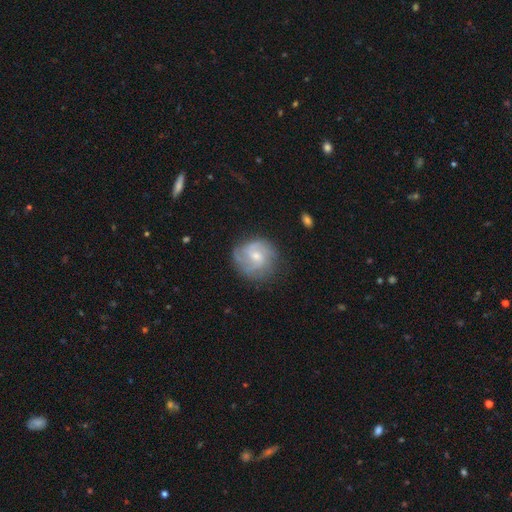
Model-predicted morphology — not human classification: featured or disk 76%, smooth 18%, star or artifact 6%. Down the decision tree: edge-on disk — no (98%); bar — weak (48%); spiral arms — yes (94%); spiral arm count — 2 (35%); spiral winding — medium (45%); bulge size — small (48%); merging — none (73%).